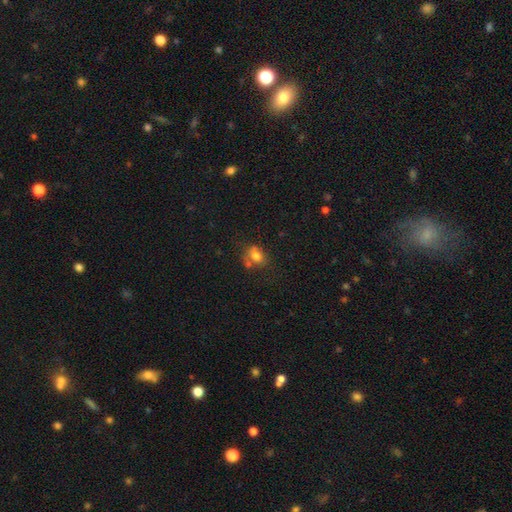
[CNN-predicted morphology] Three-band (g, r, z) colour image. It shows a smooth galaxy with no disk features (74%) that is in between round and cigar-shaped (54%). Merging: none (51%).